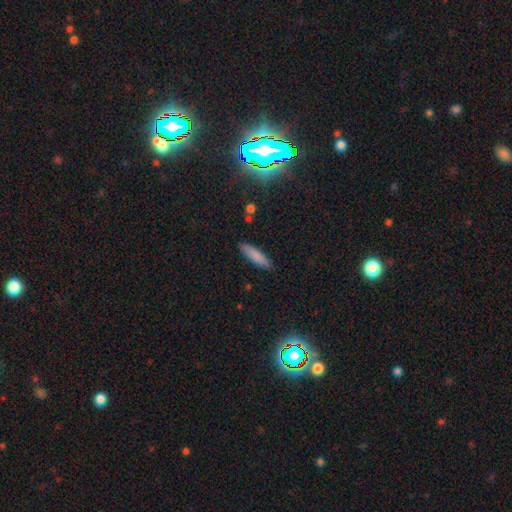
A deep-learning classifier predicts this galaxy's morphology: Smooth or featured?
  - smooth: 84% *
  - featured or disk: 10%
  - star or artifact: 6%
How rounded?
  - cigar-shaped: 73% *
  - in between: 26%
  - round: 1%
Merging?
  - none: 88% *
  - minor disturbance: 9%
  - major disturbance: 2%
  - merger: 1%